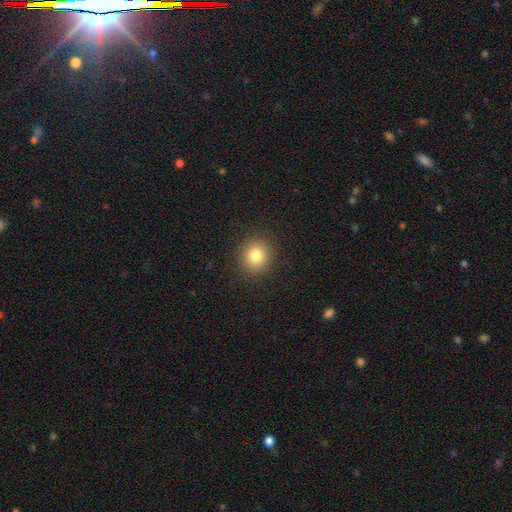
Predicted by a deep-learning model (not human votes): Morphology: type=smooth (82%); roundness=round (85%); merging=none (90%).